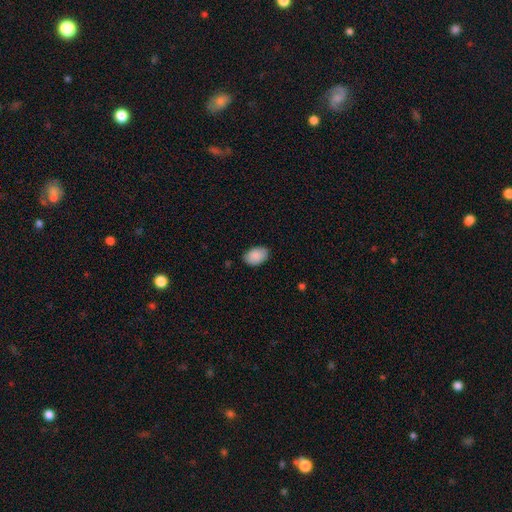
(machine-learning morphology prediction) Overall: smooth (89%). How rounded: in between (88%). Merging: none (82%).